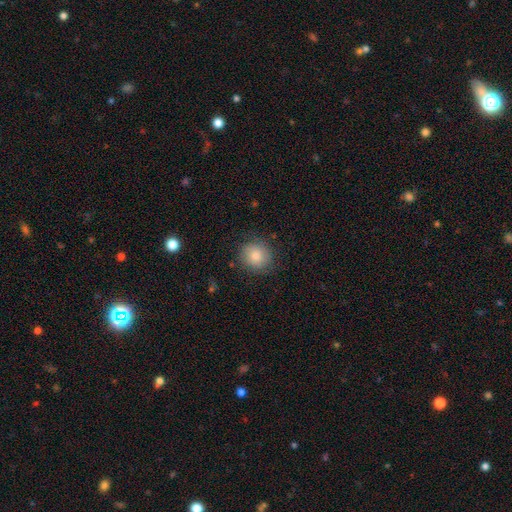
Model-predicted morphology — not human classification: Smooth or featured: smooth — 81% (featured or disk — 10%)
How rounded: round — 86% (in between — 13%)
Merging: none — 83% (minor disturbance — 12%)